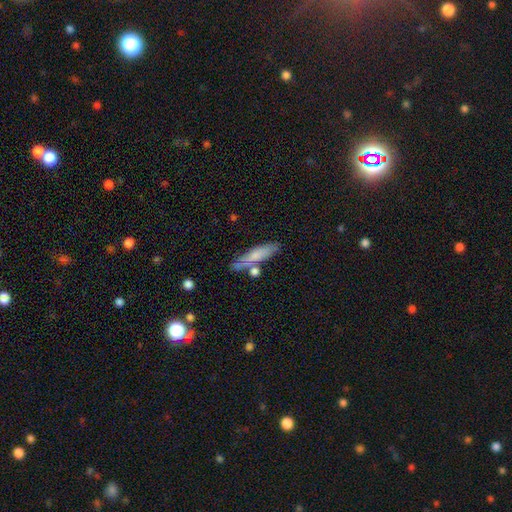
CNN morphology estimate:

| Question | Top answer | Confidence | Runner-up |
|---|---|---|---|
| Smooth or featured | smooth | 68% | featured or disk (24%) |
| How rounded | cigar-shaped | 68% | in between (29%) |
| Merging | none | 65% | minor disturbance (18%) |